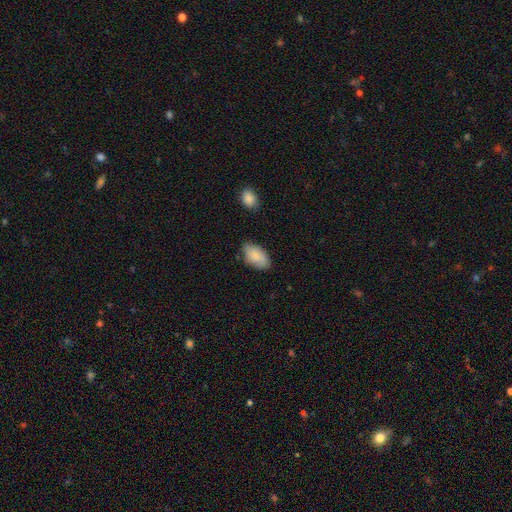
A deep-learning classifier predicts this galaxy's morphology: Smooth or featured? Predicted: smooth (p=0.80). How rounded? Predicted: in between (p=0.93). Merging? Predicted: none (p=0.73).